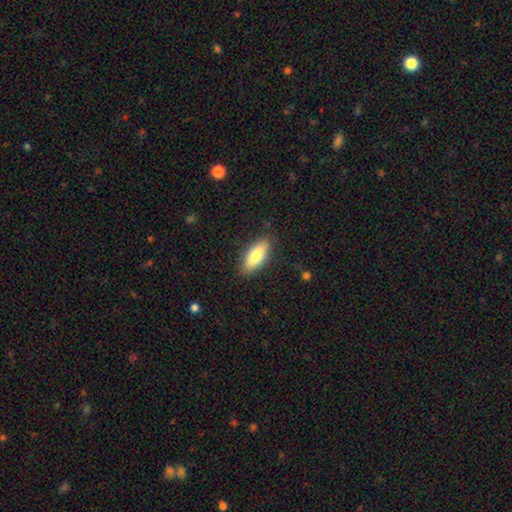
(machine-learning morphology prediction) Smooth or featured?
  - smooth: 81% *
  - featured or disk: 13%
  - star or artifact: 6%
How rounded?
  - in between: 74% *
  - cigar-shaped: 24%
  - round: 2%
Merging?
  - none: 86% *
  - minor disturbance: 11%
  - major disturbance: 3%
  - merger: 1%